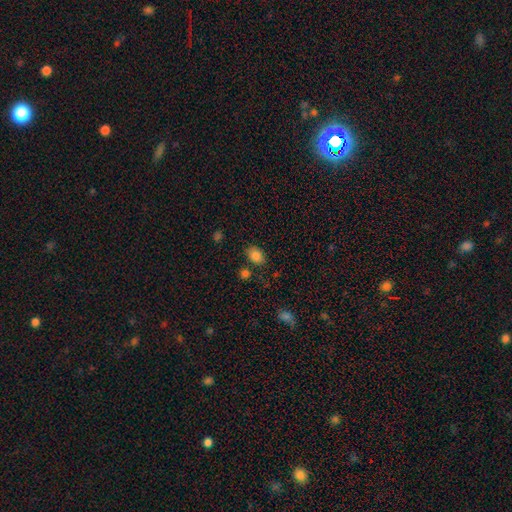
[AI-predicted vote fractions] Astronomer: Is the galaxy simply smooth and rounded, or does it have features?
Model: smooth — 85%.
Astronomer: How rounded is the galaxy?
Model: in between — 80%.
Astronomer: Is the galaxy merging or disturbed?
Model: none — 78%.